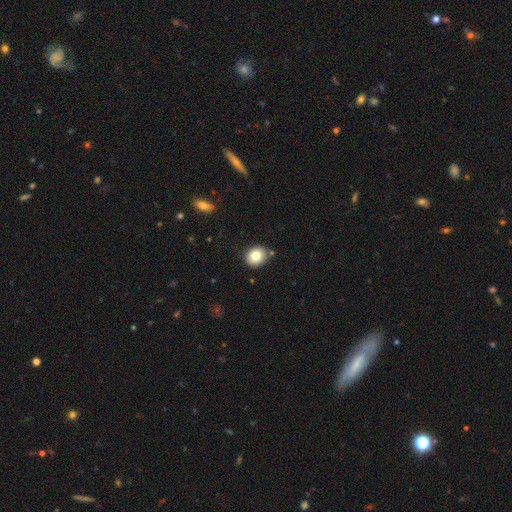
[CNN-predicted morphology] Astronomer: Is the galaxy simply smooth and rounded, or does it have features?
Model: smooth — 80%.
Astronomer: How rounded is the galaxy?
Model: round — 77%.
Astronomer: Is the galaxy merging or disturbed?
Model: none — 84%.